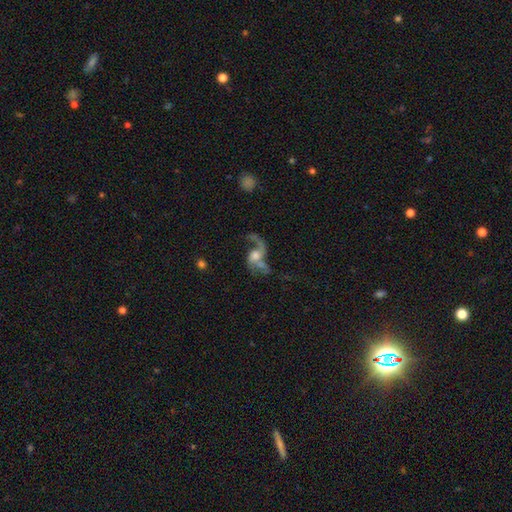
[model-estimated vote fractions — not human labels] The model was most divided on "merging": major disturbance: 37%, none: 29%, merger: 22%, minor disturbance: 12%. Remaining: edge-on disk — no (96%); spiral arms — yes (81%); spiral winding — loose (79%); smooth or featured — featured or disk (69%); bar — no (69%); spiral arm count — 2 (57%); bulge size — moderate (46%).